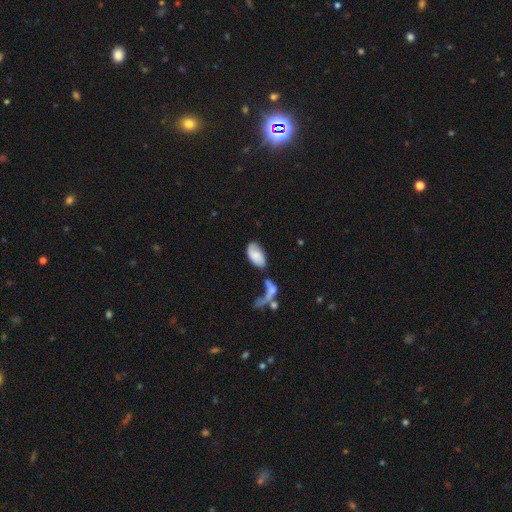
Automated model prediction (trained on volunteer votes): This is likely a smooth galaxy (65%). How rounded: clearly in between (94%). Merging: marginally none (35%).